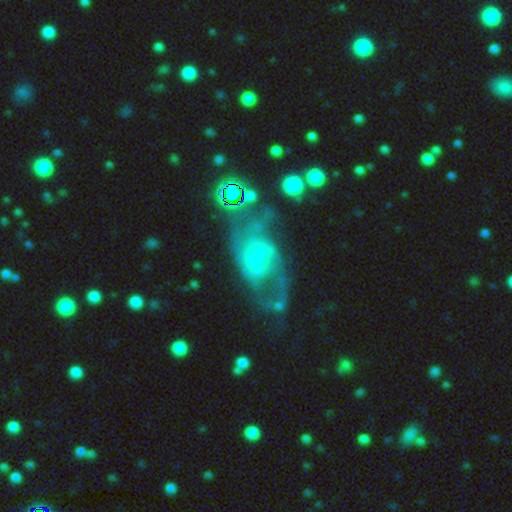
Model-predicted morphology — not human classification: Overall: featured or disk (77%). Edge-on disk: no (96%). Bar: no (54%; weak 38%). Spiral arms: yes (89%). Spiral arm count: 2 (56%; can't tell 22%). Spiral winding: medium (46%; loose 31%). Bulge size: small (40%; moderate 33%). Merging: none (41%; major disturbance 27%).